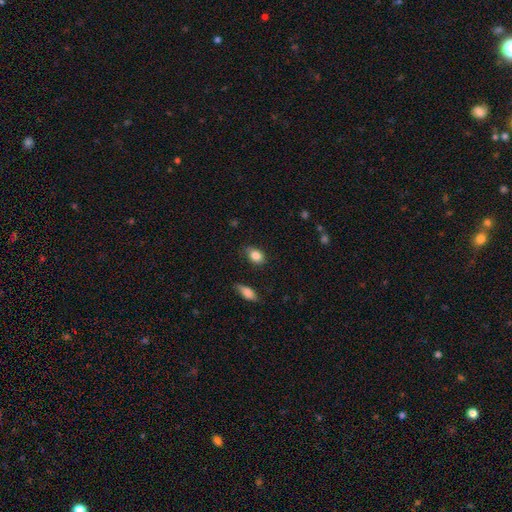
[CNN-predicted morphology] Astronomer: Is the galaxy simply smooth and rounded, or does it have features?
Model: smooth — 85%.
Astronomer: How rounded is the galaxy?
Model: in between — 75%.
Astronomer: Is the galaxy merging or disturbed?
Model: none — 75%.